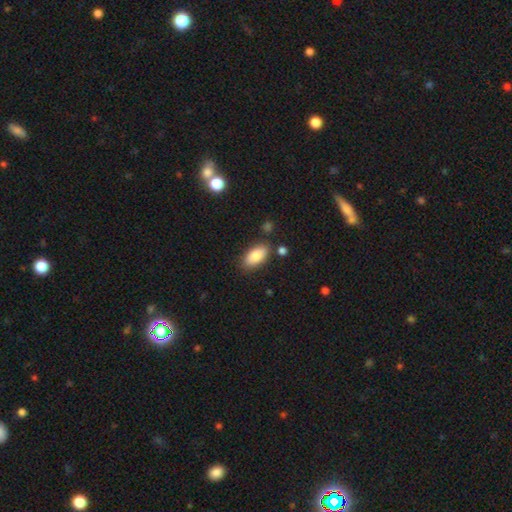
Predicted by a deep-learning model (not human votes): Q: Smooth or featured?
A: smooth (85%); runner-up: featured or disk (9%)
Q: How rounded?
A: in between (91%); runner-up: cigar-shaped (7%)
Q: Merging?
A: none (82%); runner-up: minor disturbance (12%)